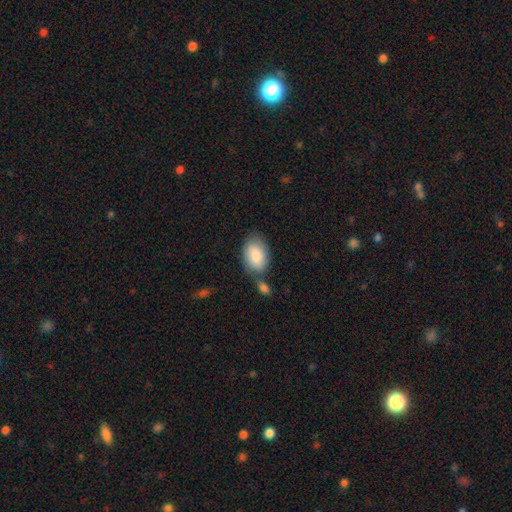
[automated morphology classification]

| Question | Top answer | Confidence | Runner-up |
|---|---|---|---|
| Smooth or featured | smooth | 86% | featured or disk (9%) |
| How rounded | in between | 91% | round (8%) |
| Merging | none | 58% | minor disturbance (19%) |